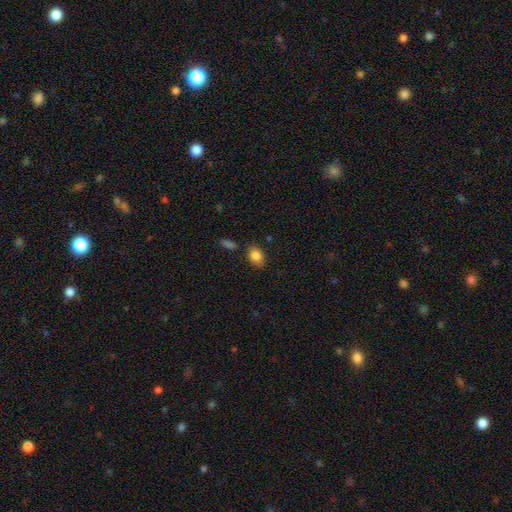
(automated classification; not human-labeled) smooth 84%, star or artifact 9%, featured or disk 8%. Down the decision tree: how rounded — in between (71%); merging — none (79%).